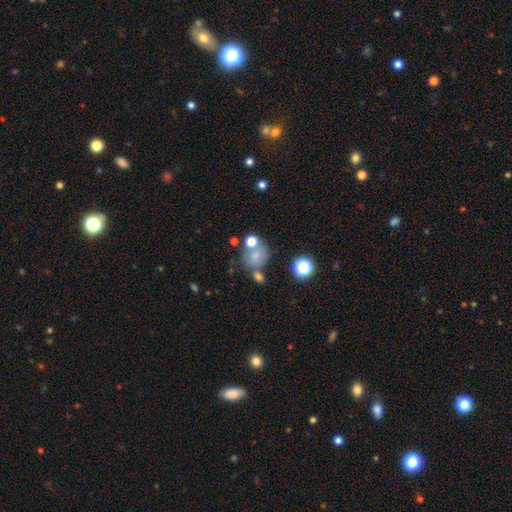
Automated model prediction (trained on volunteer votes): Smooth or featured? smooth (68%)
How rounded? round (69%)
Merging? none (47%)